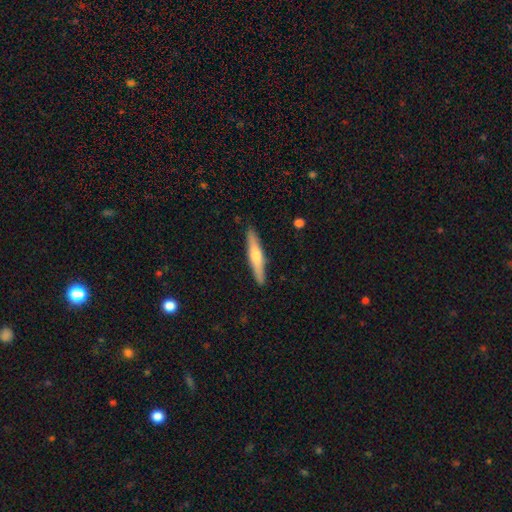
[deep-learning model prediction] Q: Smooth or featured?
A: featured or disk (52%); runner-up: smooth (43%)
Q: Edge-on disk?
A: yes (95%); runner-up: no (5%)
Q: Merging?
A: none (91%); runner-up: minor disturbance (7%)